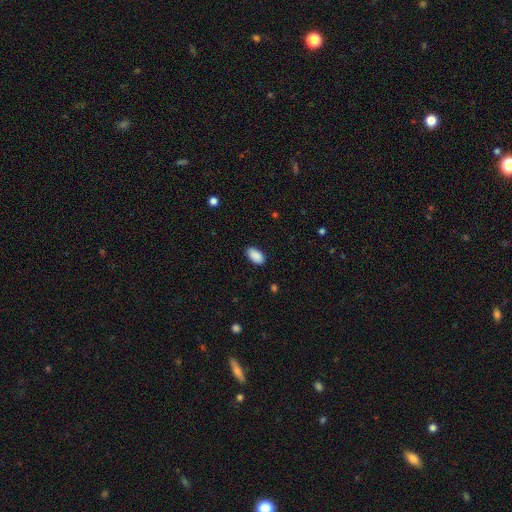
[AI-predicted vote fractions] A smooth galaxy with no disk features (91%) that is in between round and cigar-shaped (95%).

Vote fractions:
- Smooth or featured? smooth: 91% / star or artifact: 7% / featured or disk: 3%
- How rounded? in between: 95% / round: 3% / cigar-shaped: 2%
- Merging? none: 87% / minor disturbance: 9% / major disturbance: 2% / merger: 1%